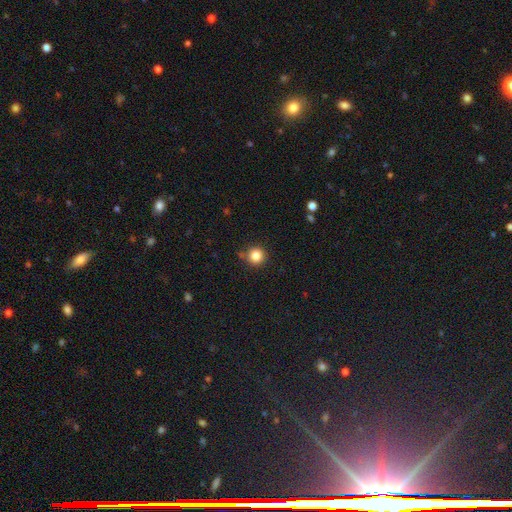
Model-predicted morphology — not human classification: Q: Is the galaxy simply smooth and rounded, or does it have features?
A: smooth — 84%.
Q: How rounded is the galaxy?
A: round — 95%.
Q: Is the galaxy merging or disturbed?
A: none — 86%.